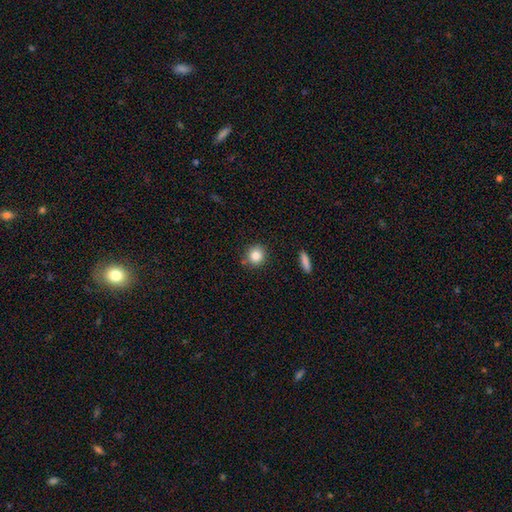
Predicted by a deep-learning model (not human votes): Overall: smooth (83%). How rounded: round (90%). Merging: none (82%).